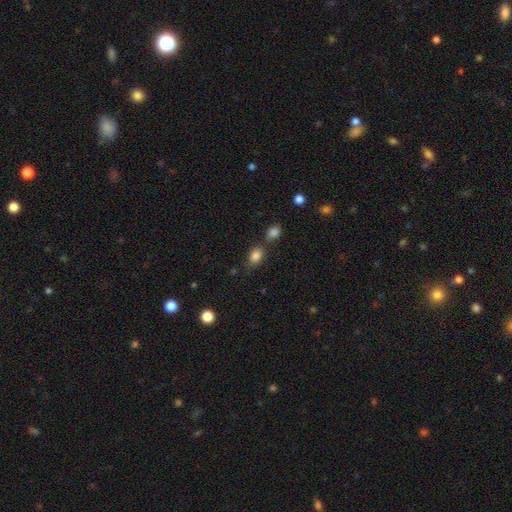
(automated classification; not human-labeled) Smooth or featured?
  - smooth: 84% *
  - star or artifact: 10%
  - featured or disk: 6%
How rounded?
  - in between: 74% *
  - round: 24%
  - cigar-shaped: 2%
Merging?
  - none: 63% *
  - merger: 18%
  - minor disturbance: 15%
  - major disturbance: 5%